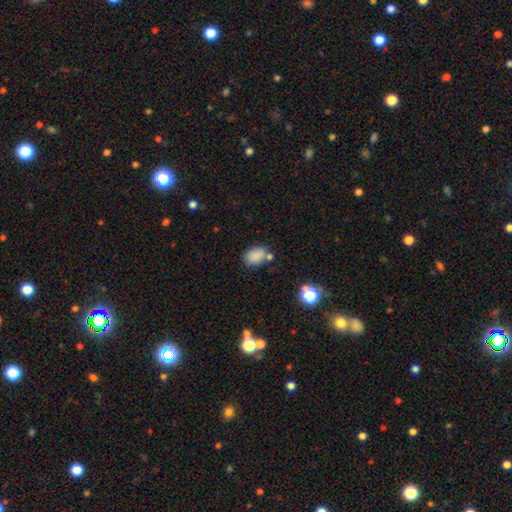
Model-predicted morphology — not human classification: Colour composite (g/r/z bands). It shows a smooth galaxy with no disk features (83%) that is in between round and cigar-shaped (76%). Merging: none (63%).